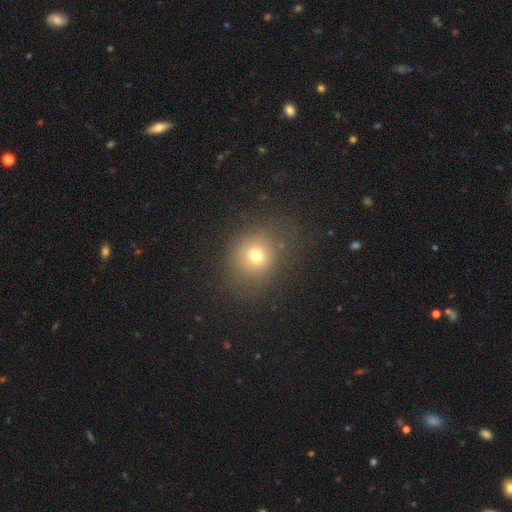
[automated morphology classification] Overall: smooth (71%). How rounded: round (77%). Merging: none (79%).